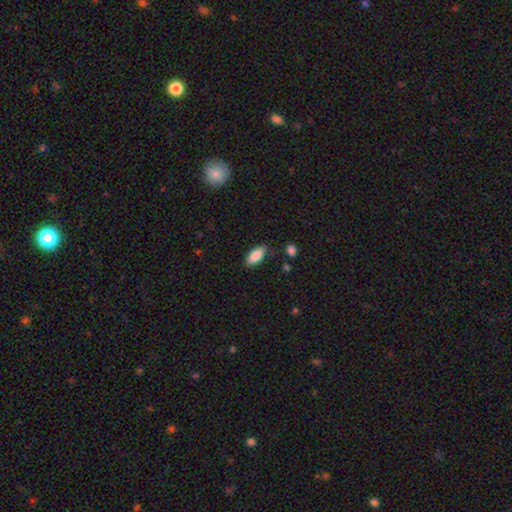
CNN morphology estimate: The model was most divided on "merging": none: 78%, minor disturbance: 16%, major disturbance: 3%, merger: 2%. More confident: smooth or featured — smooth (87%); how rounded — in between (85%).